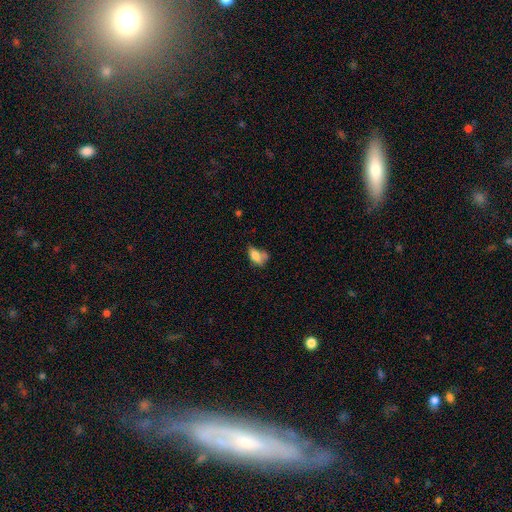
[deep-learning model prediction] Smooth or featured? smooth (73%)
How rounded? in between (86%)
Merging? none (35%)